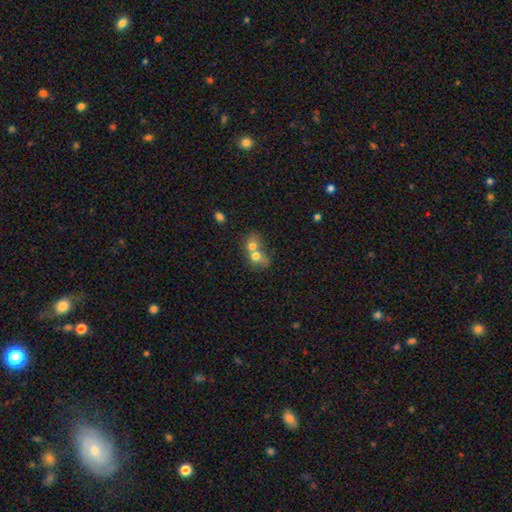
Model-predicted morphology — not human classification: The model was most divided on "how rounded": round: 63%, in between: 36%, cigar-shaped: 1%. More confident: merging — merger (74%); smooth or featured — smooth (68%).